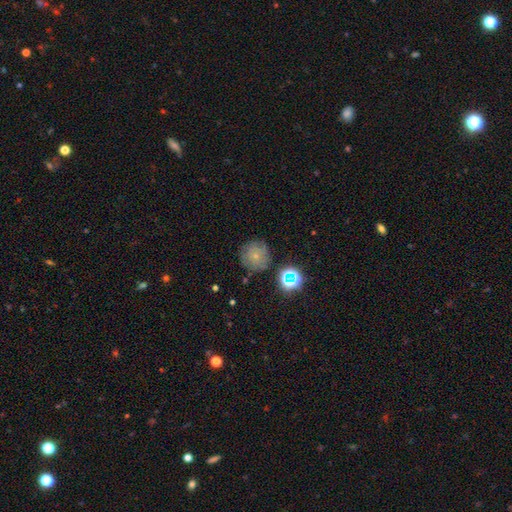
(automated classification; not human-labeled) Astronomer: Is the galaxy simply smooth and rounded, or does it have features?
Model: smooth — 53%.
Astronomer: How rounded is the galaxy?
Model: round — 92%.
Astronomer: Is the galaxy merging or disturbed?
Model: none — 78%.